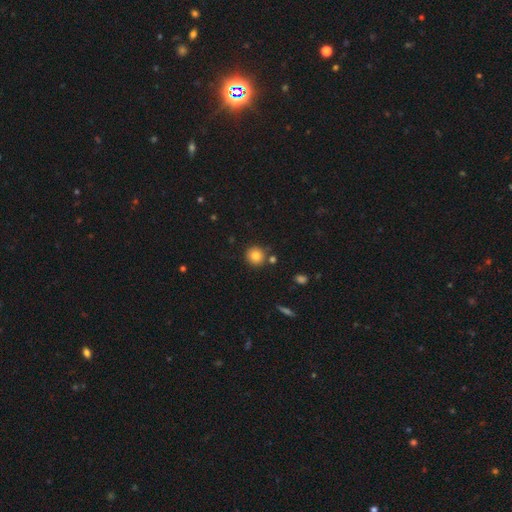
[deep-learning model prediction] smooth_or_featured: smooth (p=0.82) [alt: star or artifact p=0.11]
how_rounded: round (p=0.93) [alt: in between p=0.06]
merging: none (p=0.82) [alt: minor disturbance p=0.08]